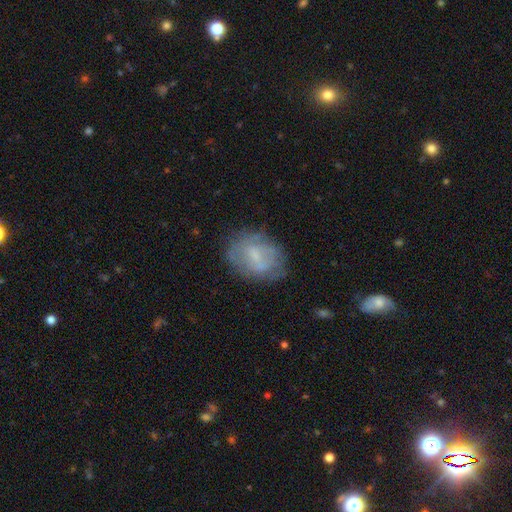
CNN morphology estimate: Smooth or featured? Predicted: smooth (p=0.49). Merging? Predicted: none (p=0.71).